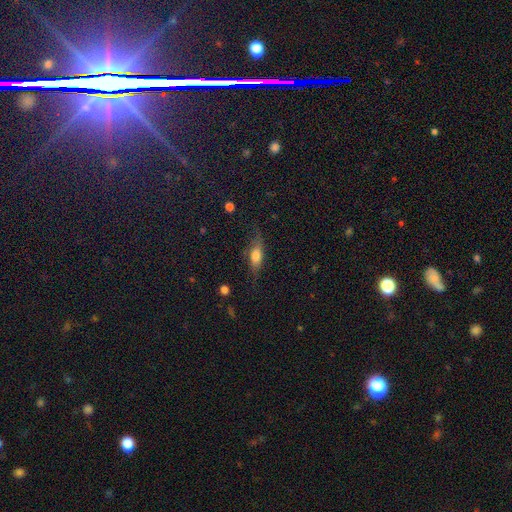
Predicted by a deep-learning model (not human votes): The model was most divided on "how rounded": in between: 65%, cigar-shaped: 30%, round: 5%. More confident: merging — none (65%); smooth or featured — smooth (64%).